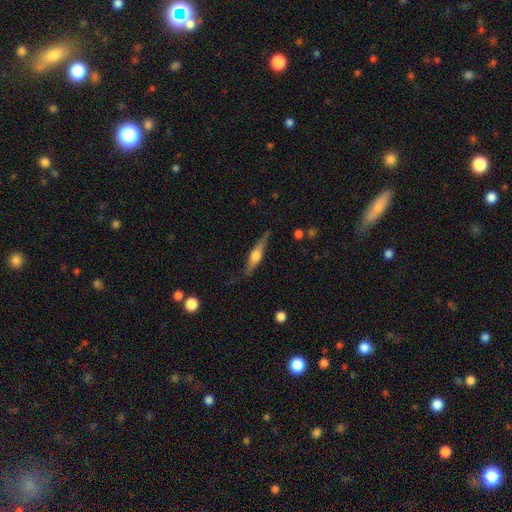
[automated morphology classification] This appears to be a featured or disk galaxy (58%) viewed edge-on (94%) with a rounded central bulge (88%). Merging: none (76%).